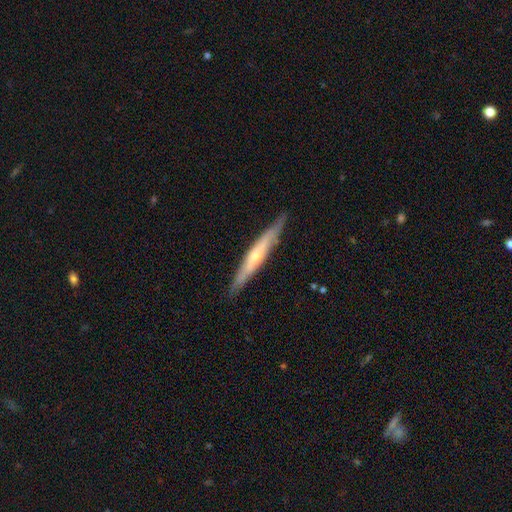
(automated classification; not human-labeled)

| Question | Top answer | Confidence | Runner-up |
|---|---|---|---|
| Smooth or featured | featured or disk | 62% | smooth (33%) |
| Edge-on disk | yes | 91% | no (9%) |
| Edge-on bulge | rounded | 62% | none (32%) |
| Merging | none | 87% | minor disturbance (10%) |